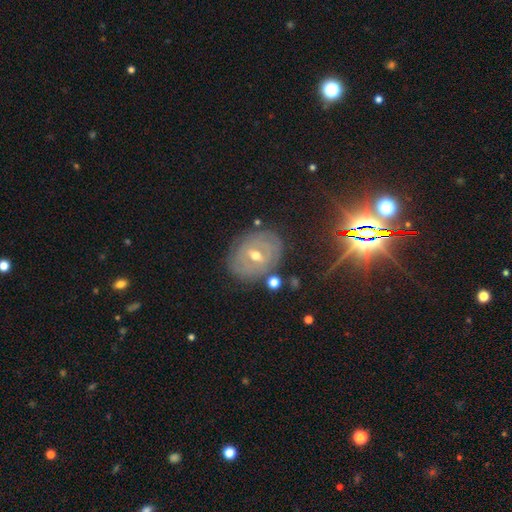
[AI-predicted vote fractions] Smooth or featured? Predicted: featured or disk (p=0.73). Edge-on disk? Predicted: no (p=0.94). Bar? Predicted: weak (p=0.52). Spiral arms? Predicted: yes (p=0.72). Bulge size? Predicted: moderate (p=0.64). Merging? Predicted: none (p=0.80).